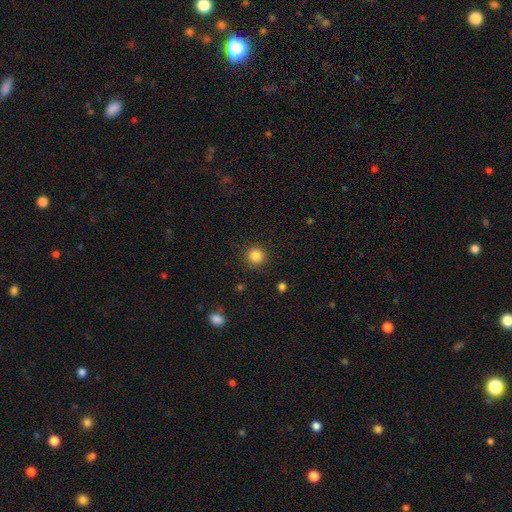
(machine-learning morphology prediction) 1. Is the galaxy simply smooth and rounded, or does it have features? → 84% smooth, 11% star or artifact, 4% featured or disk.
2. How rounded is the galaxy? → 94% round, 5% in between, 1% cigar-shaped.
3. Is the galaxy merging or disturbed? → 90% none, 6% minor disturbance, 2% major disturbance, 1% merger.